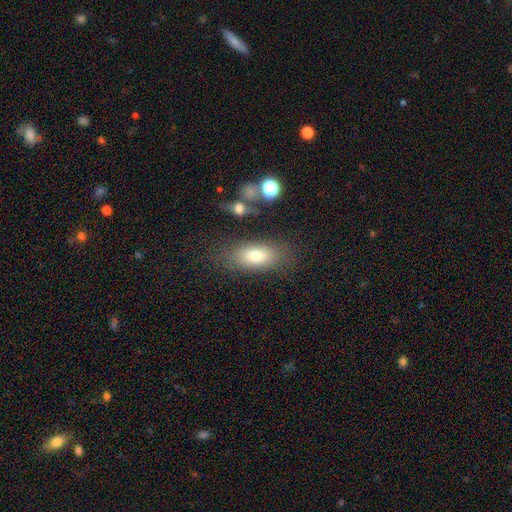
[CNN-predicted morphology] Smooth or featured? smooth (75%)
How rounded? in between (84%)
Merging? none (77%)